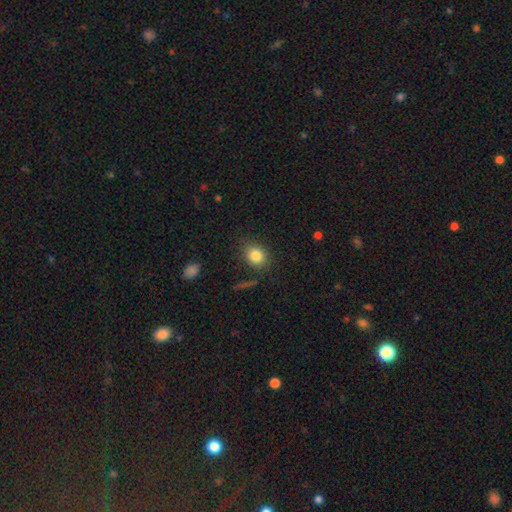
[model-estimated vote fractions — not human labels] Smooth or featured? smooth (83%)
How rounded? round (61%)
Merging? none (81%)